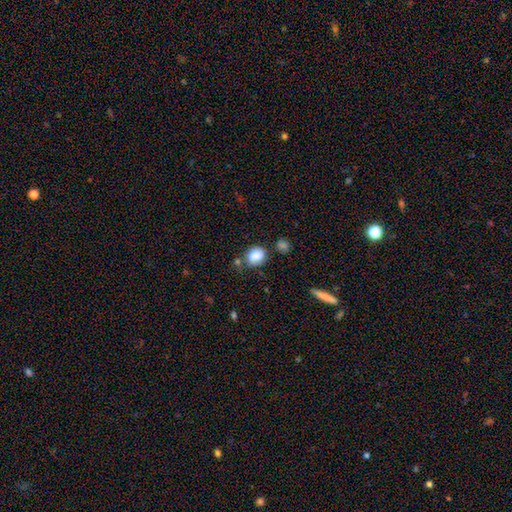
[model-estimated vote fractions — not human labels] Smooth or featured: smooth — 85% (star or artifact — 9%)
How rounded: round — 50% (in between — 48%)
Merging: none — 63% (minor disturbance — 20%)